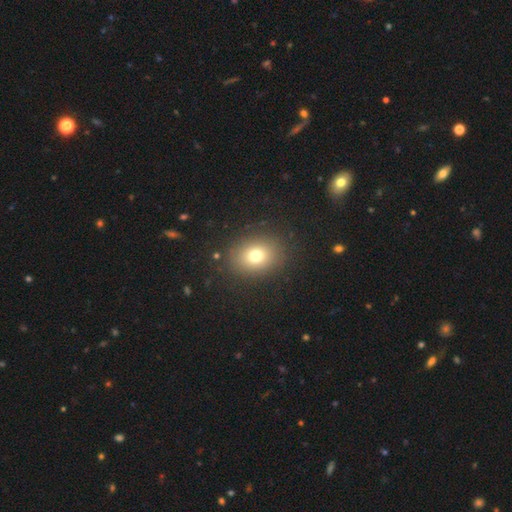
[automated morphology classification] Smooth or featured?
  - smooth: 74% *
  - star or artifact: 14%
  - featured or disk: 12%
How rounded?
  - round: 54% *
  - in between: 45%
  - cigar-shaped: 1%
Merging?
  - none: 87% *
  - minor disturbance: 8%
  - major disturbance: 4%
  - merger: 1%